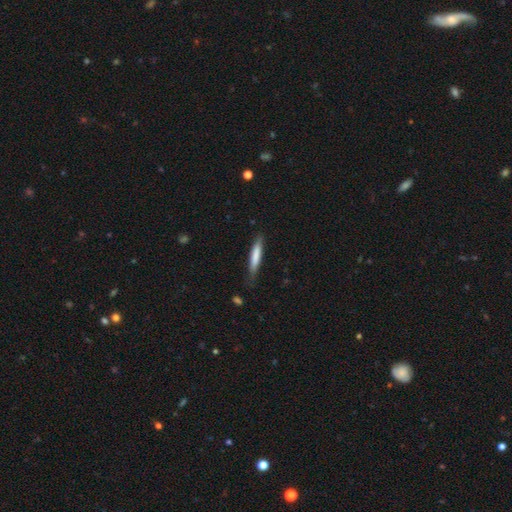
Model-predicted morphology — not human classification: smooth 74%, featured or disk 21%, star or artifact 5%. Down the decision tree: how rounded — cigar-shaped (90%); merging — none (77%).